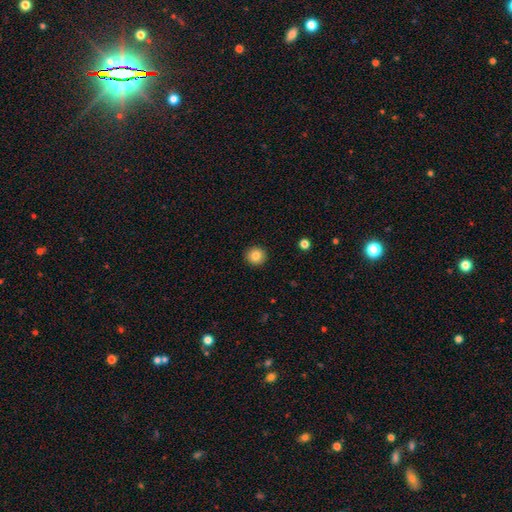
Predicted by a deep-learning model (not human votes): Overall: smooth (84%). How rounded: round (93%). Merging: none (92%).